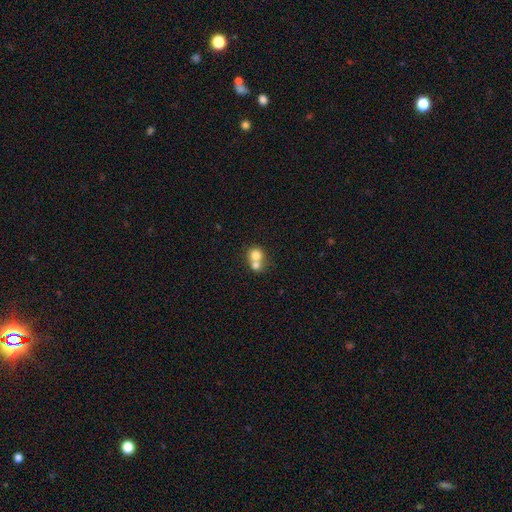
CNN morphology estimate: Smooth or featured?
  - smooth: 75% *
  - featured or disk: 15%
  - star or artifact: 10%
How rounded?
  - round: 81% *
  - in between: 18%
  - cigar-shaped: 1%
Merging?
  - merger: 64% *
  - none: 28%
  - minor disturbance: 5%
  - major disturbance: 2%